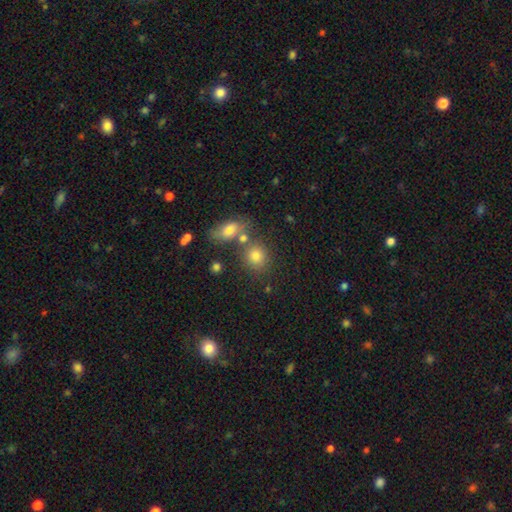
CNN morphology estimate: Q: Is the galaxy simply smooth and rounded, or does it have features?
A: smooth — 78%.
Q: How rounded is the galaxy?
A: round — 70%.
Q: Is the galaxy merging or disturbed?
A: none — 63%.